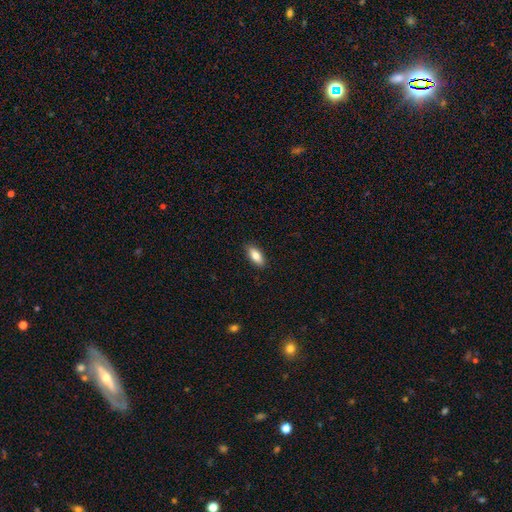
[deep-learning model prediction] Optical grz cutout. It shows a smooth galaxy with no disk features (83%) that is in between round and cigar-shaped (87%). Merging: none (89%).